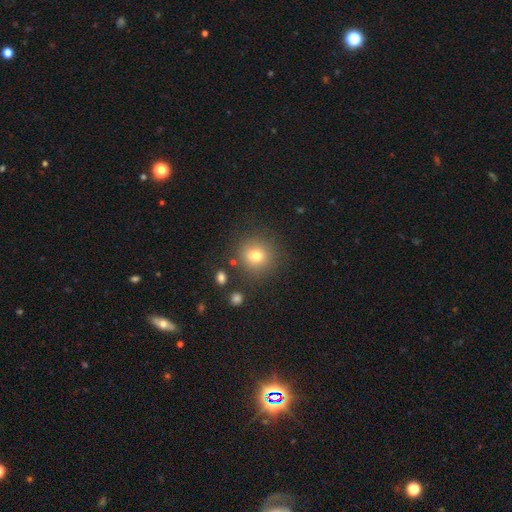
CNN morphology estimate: smooth_or_featured: smooth (p=0.76) [alt: star or artifact p=0.14]
how_rounded: round (p=0.92) [alt: in between p=0.07]
merging: none (p=0.84) [alt: minor disturbance p=0.08]